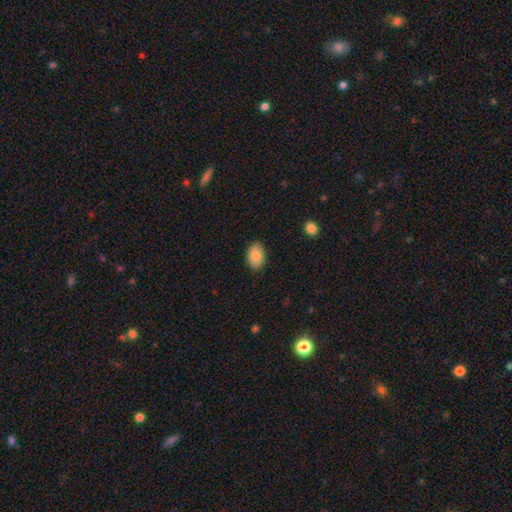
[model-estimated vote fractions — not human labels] Smooth or featured? Predicted: smooth (p=0.87). How rounded? Predicted: in between (p=0.88). Merging? Predicted: none (p=0.87).